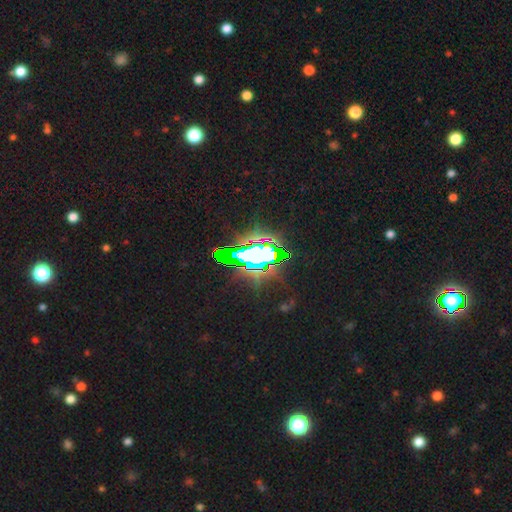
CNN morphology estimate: Smooth or featured? Predicted: star or artifact (p=0.68).